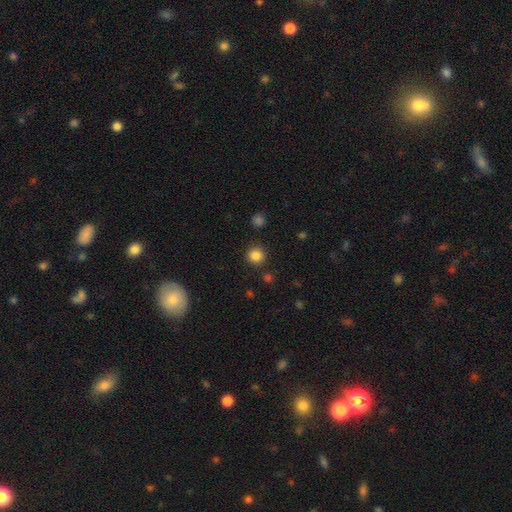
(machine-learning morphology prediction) Smooth or featured?
  - smooth: 85% *
  - star or artifact: 12%
  - featured or disk: 4%
How rounded?
  - round: 92% *
  - in between: 7%
  - cigar-shaped: 1%
Merging?
  - none: 88% *
  - minor disturbance: 6%
  - merger: 3%
  - major disturbance: 3%